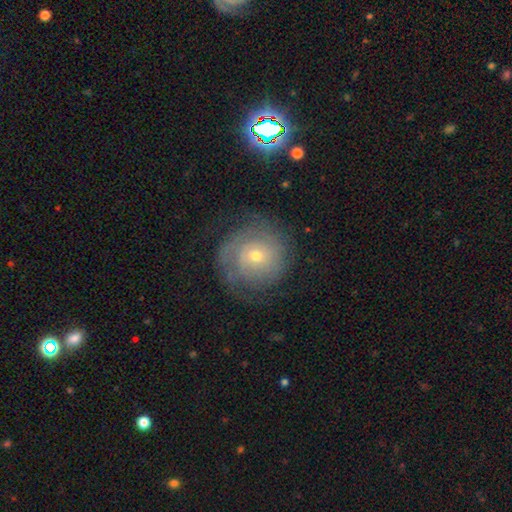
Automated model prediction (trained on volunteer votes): featured or disk 61%, smooth 28%, star or artifact 11%. Down the decision tree: edge-on disk — no (97%); bar — no (79%); spiral arms — yes (80%); bulge size — small (59%); merging — none (72%).